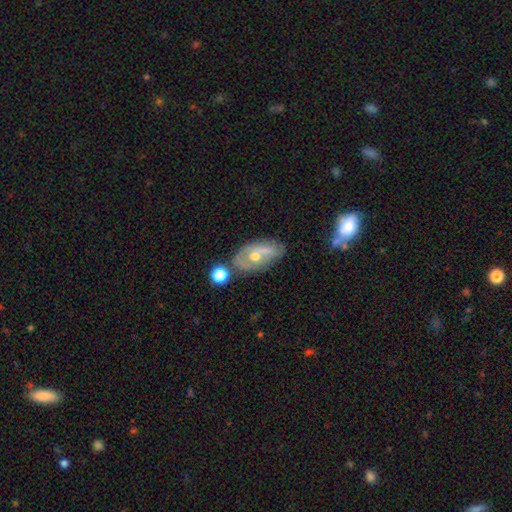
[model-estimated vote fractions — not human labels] The model was most divided on "spiral arms": no: 52%, yes: 48%. More confident: edge-on disk — no (89%); bulge size — moderate (70%); bar — no (64%); smooth or featured — featured or disk (63%); merging — none (59%).